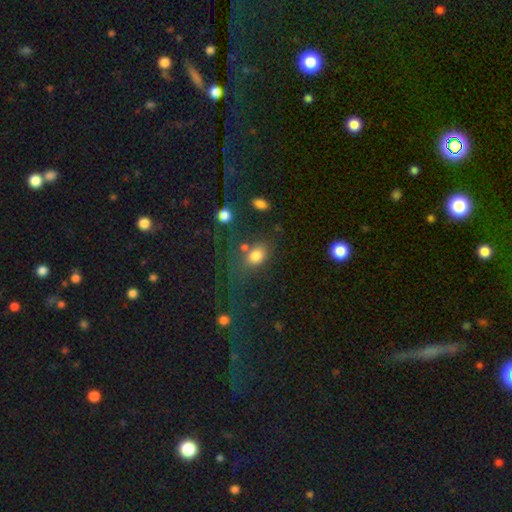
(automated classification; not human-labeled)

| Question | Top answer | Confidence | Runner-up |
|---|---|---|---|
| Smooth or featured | smooth | 79% | star or artifact (11%) |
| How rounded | in between | 64% | round (34%) |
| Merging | none | 49% | merger (18%) |